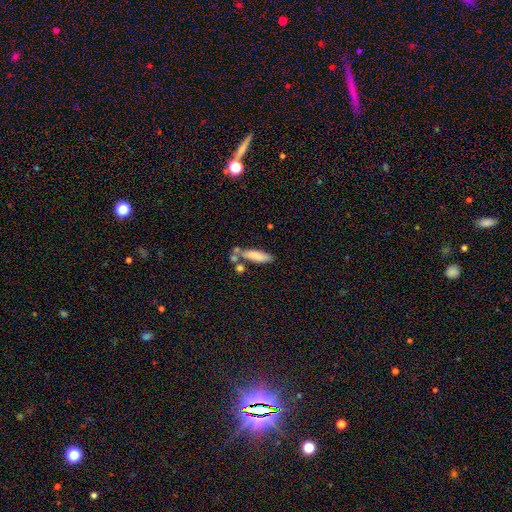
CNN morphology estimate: smooth 78%, featured or disk 15%, star or artifact 7%. Down the decision tree: how rounded — cigar-shaped (61%); merging — none (54%).